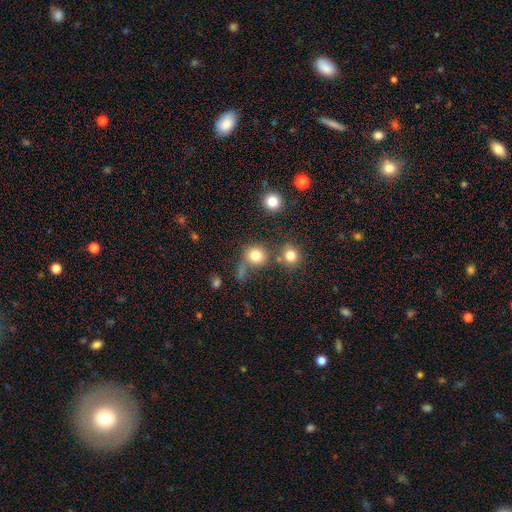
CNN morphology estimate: A smooth galaxy with no disk features (79%) that is round (88%). Merging: none (64%).